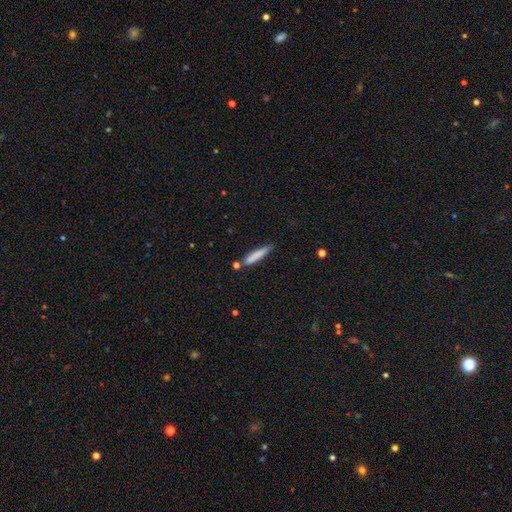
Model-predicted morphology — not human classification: Overall: smooth (80%). How rounded: cigar-shaped (91%). Merging: none (76%).